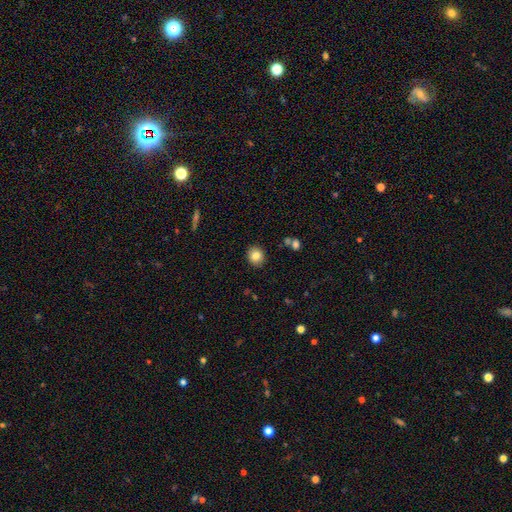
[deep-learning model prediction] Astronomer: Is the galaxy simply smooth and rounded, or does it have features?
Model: smooth — 83%.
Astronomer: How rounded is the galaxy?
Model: round — 77%.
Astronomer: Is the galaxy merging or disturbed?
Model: none — 89%.